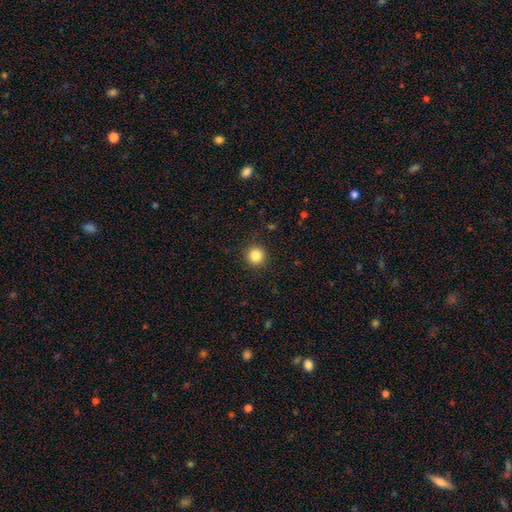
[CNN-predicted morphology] This appears to be a smooth galaxy with no disk features (84%) that is round (95%). Merging: none (92%).